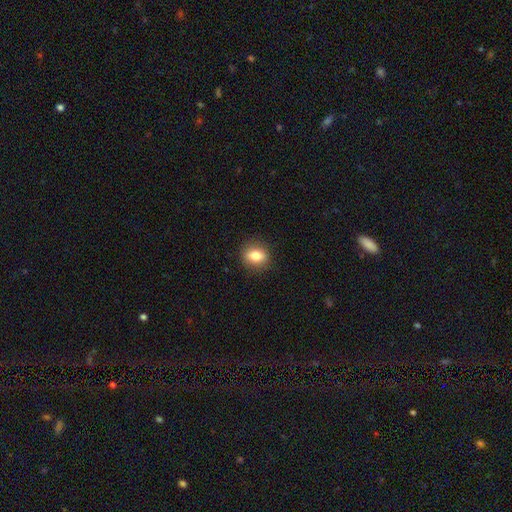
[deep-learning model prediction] A smooth galaxy with no disk features (77%) that is round (50%). Merging: none (88%).